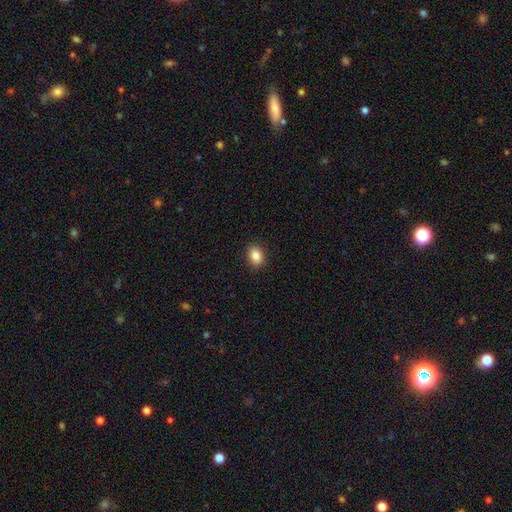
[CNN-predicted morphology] This appears to be a smooth galaxy with no disk features (86%) that is in between round and cigar-shaped (71%). Merging: none (90%).